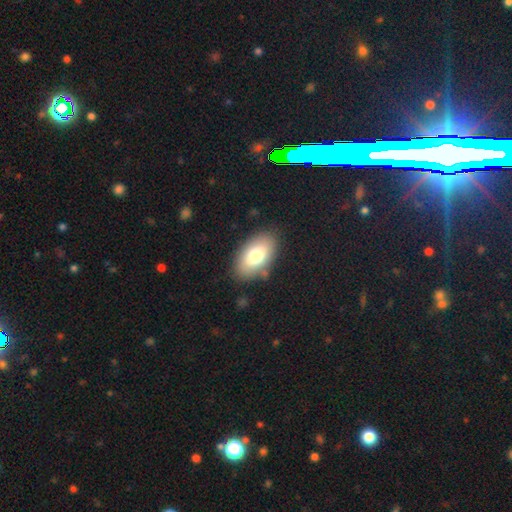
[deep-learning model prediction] Smooth or featured: smooth — 74% (featured or disk — 19%)
How rounded: in between — 93% (round — 5%)
Merging: none — 83% (minor disturbance — 12%)